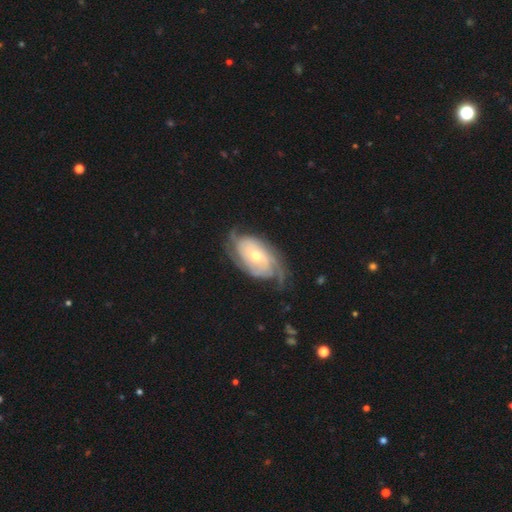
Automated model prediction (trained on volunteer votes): smooth_or_featured: featured or disk (p=0.86) [alt: smooth p=0.10]
disk_edge_on: no (p=0.95) [alt: yes p=0.05]
bar: no (p=0.69) [alt: weak p=0.25]
has_spiral_arms: yes (p=0.96) [alt: no p=0.04]
spiral_winding: tight (p=0.61) [alt: medium p=0.28]
spiral_arm_count: 2 (p=0.31) [alt: can't tell p=0.28]
bulge_size: moderate (p=0.55) [alt: small p=0.39]
merging: none (p=0.67) [alt: minor disturbance p=0.20]